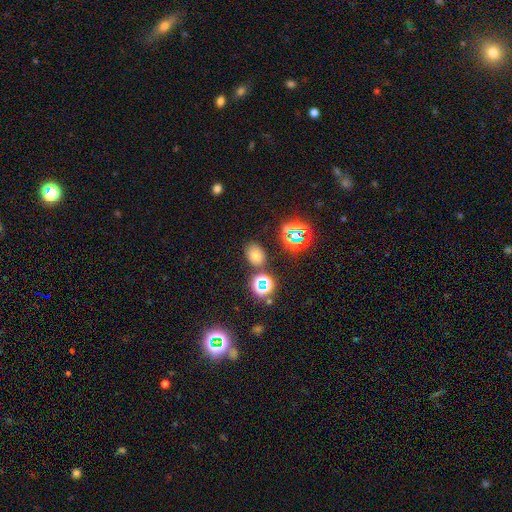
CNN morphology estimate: A smooth galaxy with no disk features (66%) that is in between round and cigar-shaped (67%).

Vote fractions:
- Smooth or featured? smooth: 66% / star or artifact: 27% / featured or disk: 8%
- How rounded? in between: 67% / round: 32% / cigar-shaped: 1%
- Merging? none: 80% / minor disturbance: 11% / merger: 5% / major disturbance: 3%